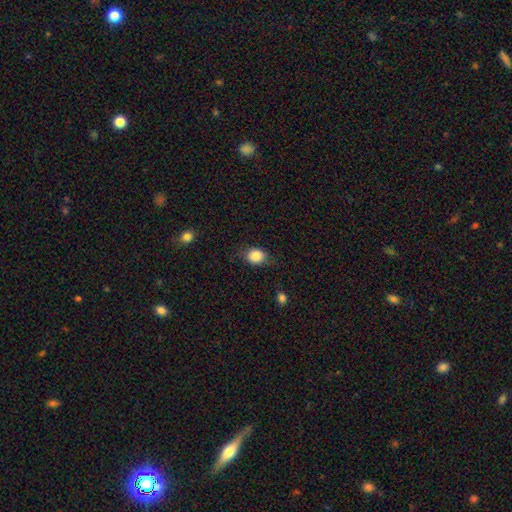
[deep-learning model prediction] Smooth or featured: smooth — 85% (star or artifact — 9%)
How rounded: round — 59% (in between — 40%)
Merging: none — 73% (minor disturbance — 19%)